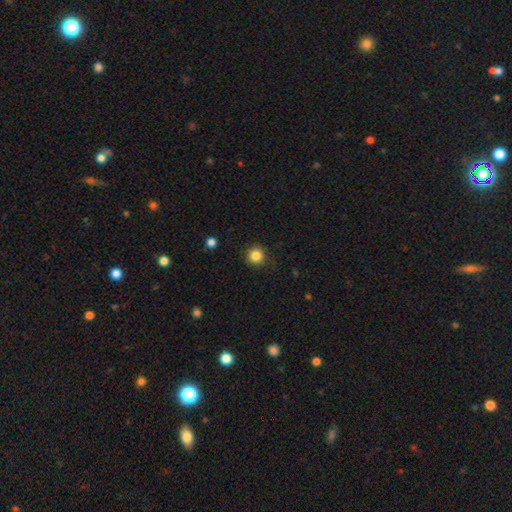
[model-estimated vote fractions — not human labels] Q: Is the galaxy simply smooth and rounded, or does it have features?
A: smooth — 84%.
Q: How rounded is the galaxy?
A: round — 94%.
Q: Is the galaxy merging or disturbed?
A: none — 89%.